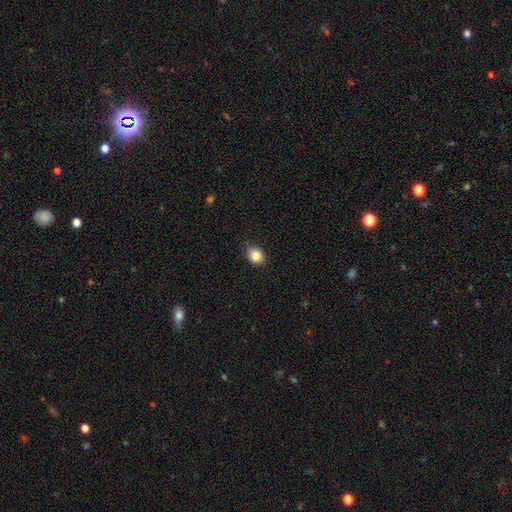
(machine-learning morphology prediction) The model was most divided on "how rounded": round: 56%, in between: 43%, cigar-shaped: 1%. More confident: smooth or featured — smooth (85%); merging — none (80%).